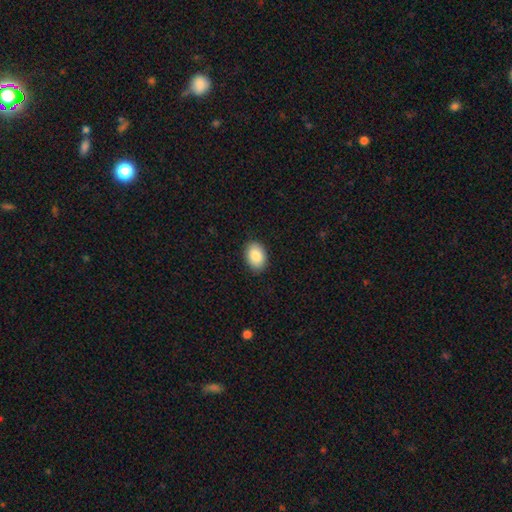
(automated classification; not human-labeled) Q: Smooth or featured?
A: smooth (89%); runner-up: star or artifact (6%)
Q: How rounded?
A: in between (85%); runner-up: round (14%)
Q: Merging?
A: none (89%); runner-up: minor disturbance (8%)